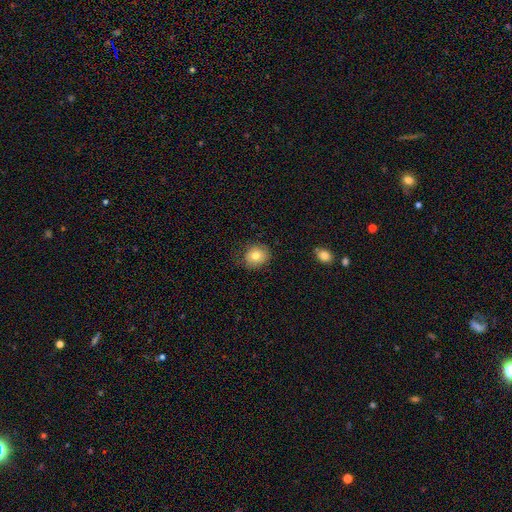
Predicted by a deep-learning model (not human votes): The model was most divided on "how rounded": round: 72%, in between: 28%, cigar-shaped: 1%. More confident: smooth or featured — smooth (78%); merging — none (76%).